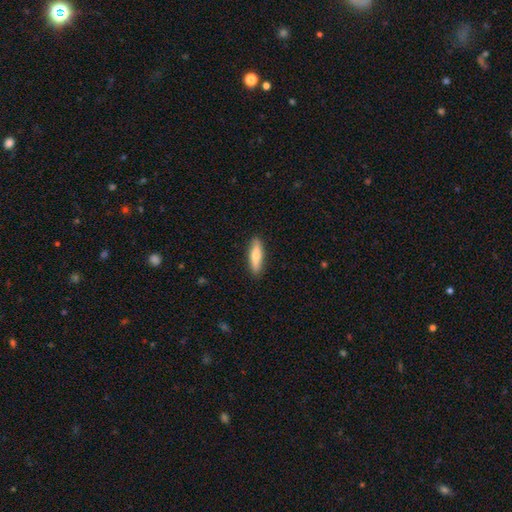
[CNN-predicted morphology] smooth-or-featured: smooth: 66% | featured or disk: 29% | star or artifact: 6%
  how-rounded: cigar-shaped: 65% | in between: 33% | round: 2%
  merging: none: 89% | minor disturbance: 8% | major disturbance: 2% | merger: 1%